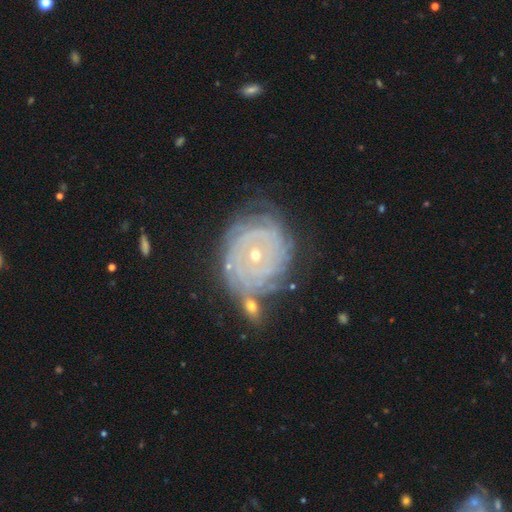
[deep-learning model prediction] A featured or disk galaxy (85%) with no bar (79%), tight (85%) spiral arms (93%) and a small central bulge (69%).

Vote fractions:
- Smooth or featured? featured or disk: 85% / smooth: 8% / star or artifact: 7%
- Edge-on disk? no: 97% / yes: 3%
- Bar? no: 79% / weak: 16% / strong: 5%
- Spiral arms? yes: 93% / no: 7%
- Spiral winding? tight: 85% / medium: 11% / loose: 3%
- Spiral arm count? can't tell: 43% / 4: 13% / 3: 13% / 2: 13% / more than 4: 12% / 1: 6%
- Bulge size? small: 69% / moderate: 28% / large: 1% / none: 1% / dominant: 1%
- Merging? none: 61% / minor disturbance: 21% / major disturbance: 10% / merger: 8%